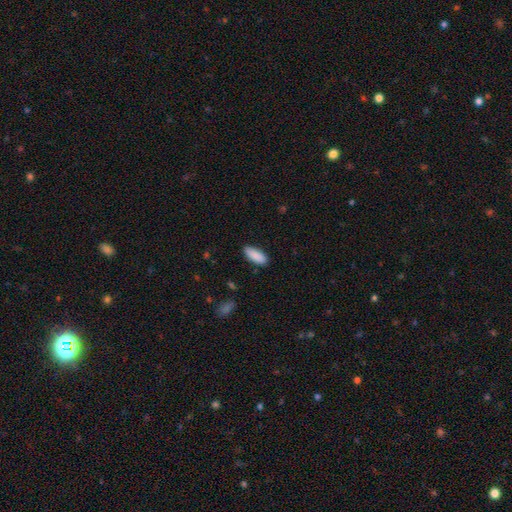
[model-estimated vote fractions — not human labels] This is clearly a smooth galaxy (90%). How rounded: likely in between (76%). Merging: clearly none (87%).